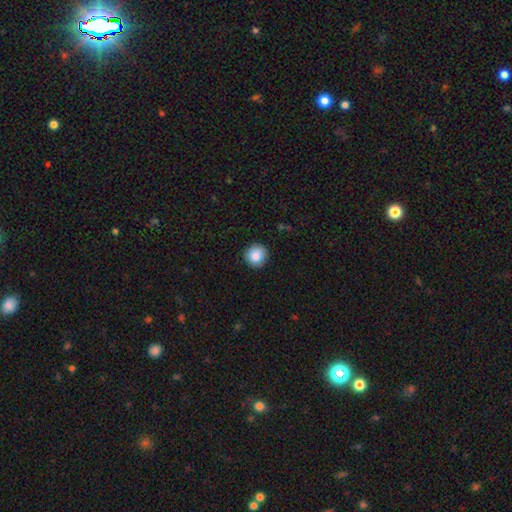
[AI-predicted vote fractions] This is clearly a smooth galaxy (86%). How rounded: clearly round (93%). Merging: clearly none (88%).